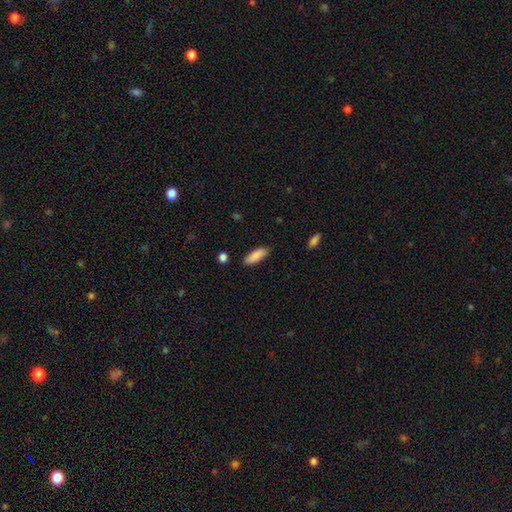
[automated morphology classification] A smooth galaxy with no disk features (88%) that is in between round and cigar-shaped (61%). Merging: none (86%).